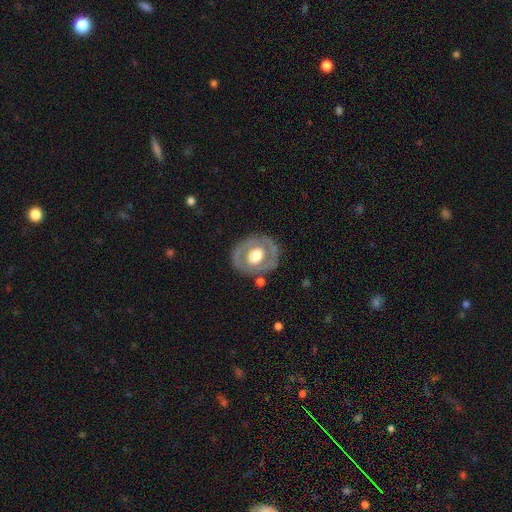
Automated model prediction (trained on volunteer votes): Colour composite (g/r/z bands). It shows a featured or disk galaxy (59%) with no bar (77%), no spiral arms (78%) and a large central bulge (48%). Merging: none (77%).